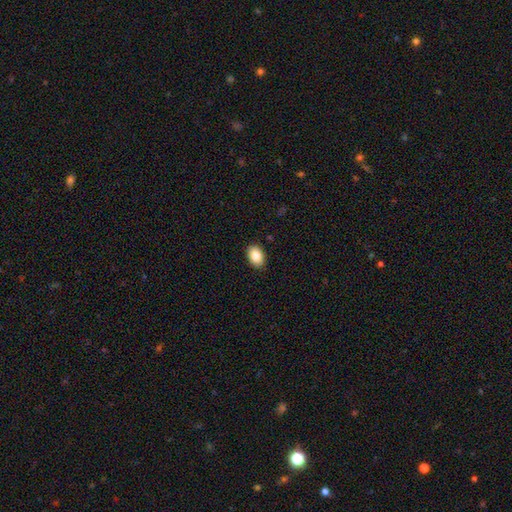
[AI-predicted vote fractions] This appears to be a smooth galaxy with no disk features (86%) that is in between round and cigar-shaped (86%). Merging: none (90%).